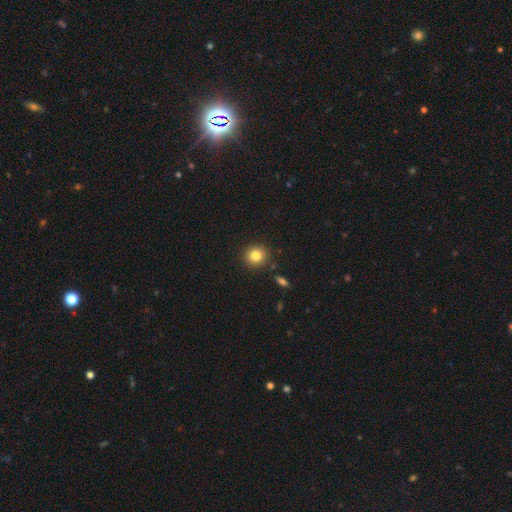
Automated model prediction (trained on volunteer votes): Morphology: type=smooth (83%); roundness=round (90%); merging=none (88%).